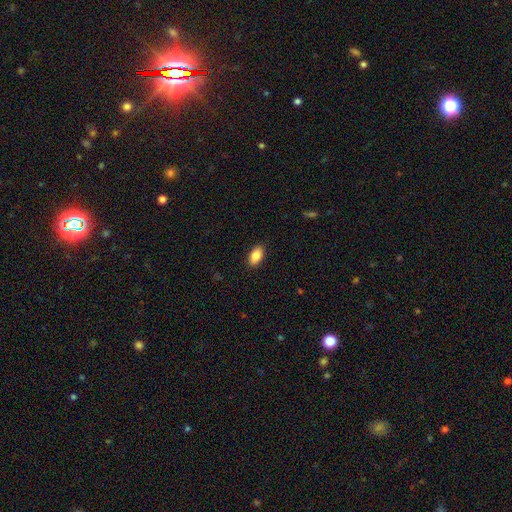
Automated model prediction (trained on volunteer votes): smooth-or-featured: smooth: 87% | star or artifact: 7% | featured or disk: 6%
  how-rounded: in between: 93% | round: 4% | cigar-shaped: 3%
  merging: none: 89% | minor disturbance: 8% | major disturbance: 2% | merger: 1%